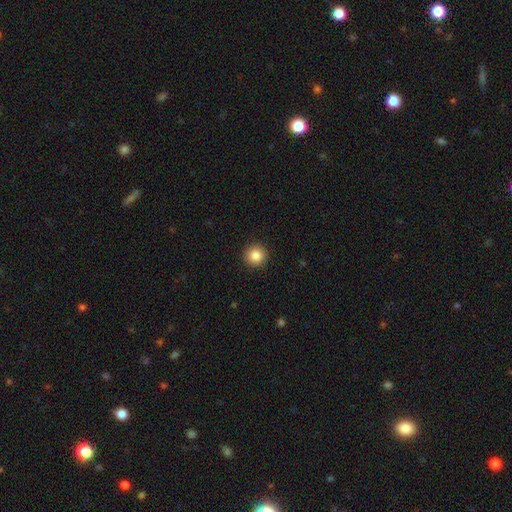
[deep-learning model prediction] smooth-or-featured: smooth: 86% | star or artifact: 10% | featured or disk: 4%
  how-rounded: round: 95% | in between: 4% | cigar-shaped: 1%
  merging: none: 92% | minor disturbance: 5% | major disturbance: 2% | merger: 1%